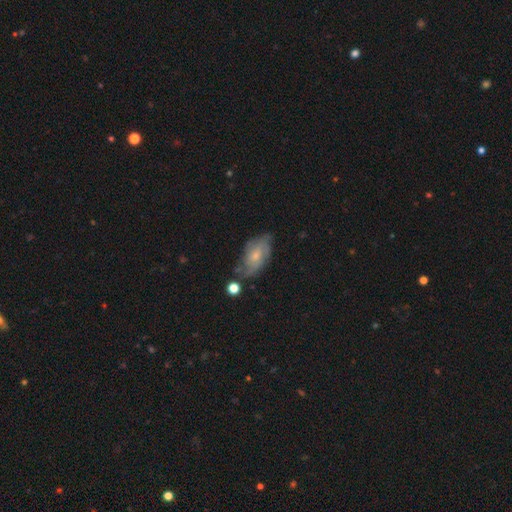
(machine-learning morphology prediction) featured or disk 60%, smooth 33%, star or artifact 8%. Down the decision tree: edge-on disk — no (93%); bar — no (70%); spiral arms — yes (82%); bulge size — small (59%); merging — none (57%).